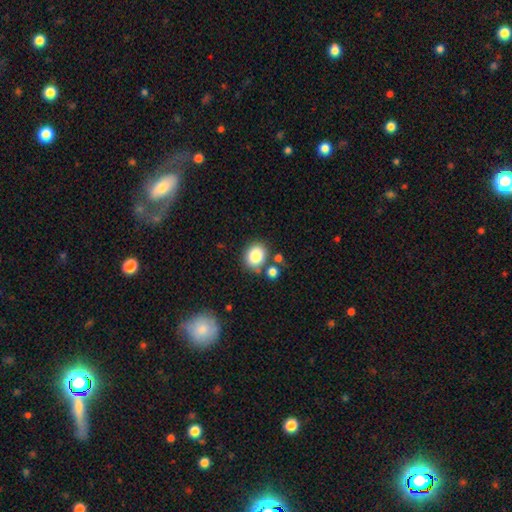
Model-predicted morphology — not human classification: Smooth or featured? Predicted: smooth (p=0.84). How rounded? Predicted: round (p=0.66). Merging? Predicted: none (p=0.75).